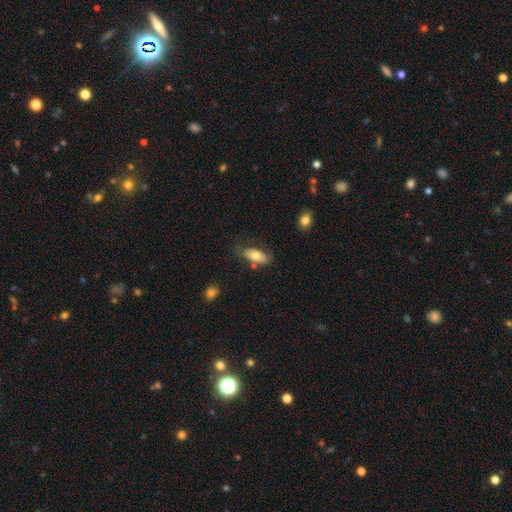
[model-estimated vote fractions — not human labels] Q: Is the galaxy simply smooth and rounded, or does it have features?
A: smooth — 70%.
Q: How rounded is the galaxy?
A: in between — 88%.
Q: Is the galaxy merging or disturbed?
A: none — 64%.